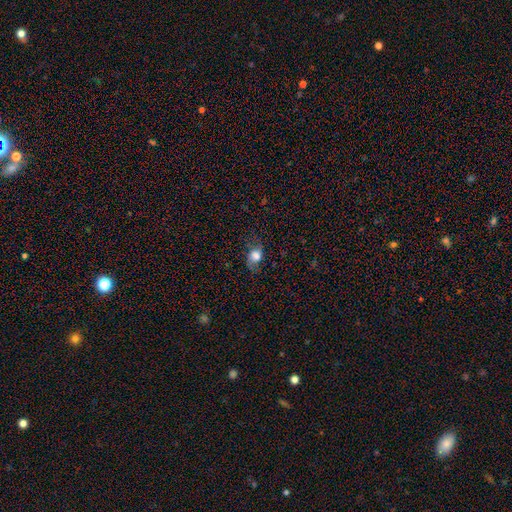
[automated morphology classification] The model was most divided on "how rounded": in between: 68%, round: 30%, cigar-shaped: 2%. More confident: smooth or featured — smooth (70%); merging — none (64%).